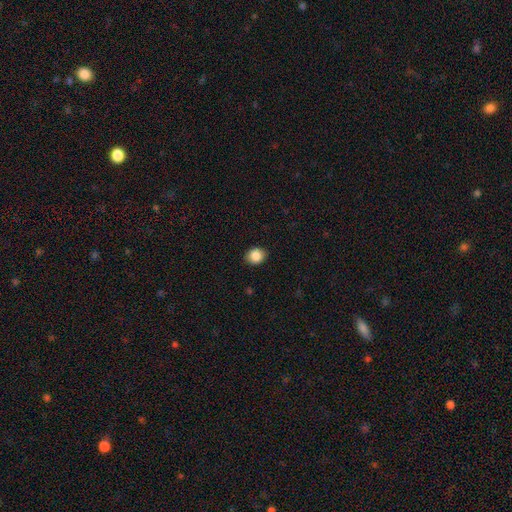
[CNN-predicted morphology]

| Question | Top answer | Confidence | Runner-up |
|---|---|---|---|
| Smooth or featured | smooth | 87% | star or artifact (9%) |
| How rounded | round | 63% | in between (36%) |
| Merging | none | 88% | minor disturbance (9%) |